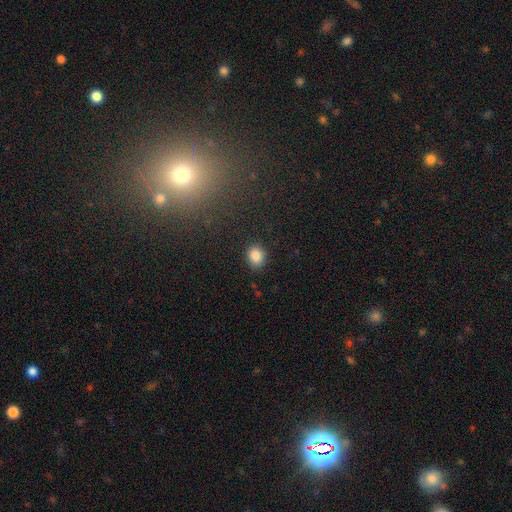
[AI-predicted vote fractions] Smooth or featured: smooth — 86% (star or artifact — 10%)
How rounded: round — 57% (in between — 42%)
Merging: none — 87% (minor disturbance — 9%)